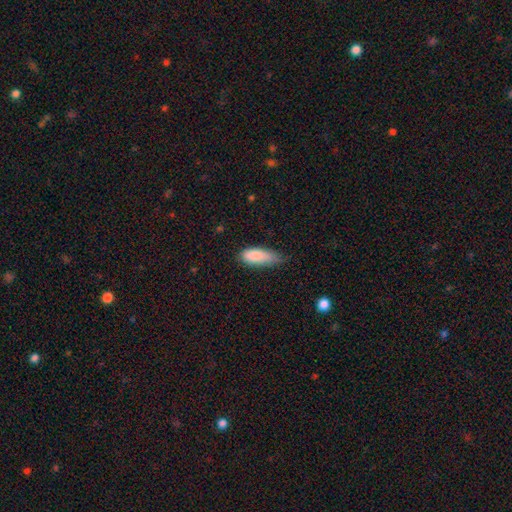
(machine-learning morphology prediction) smooth 85%, featured or disk 8%, star or artifact 7%. Down the decision tree: how rounded — in between (76%); merging — minor disturbance (47%).